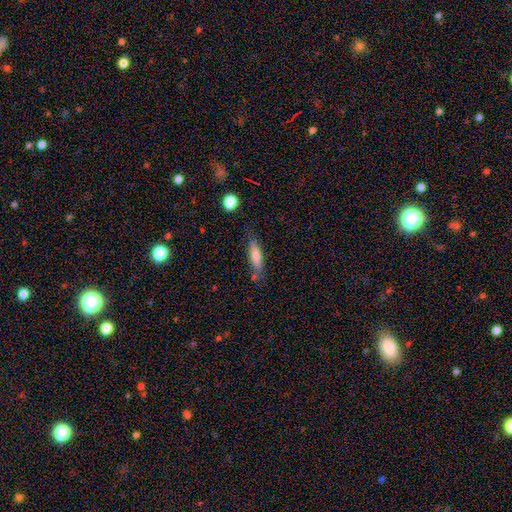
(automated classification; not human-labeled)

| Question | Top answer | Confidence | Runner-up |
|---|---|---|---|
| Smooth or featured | smooth | 78% | featured or disk (15%) |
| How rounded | cigar-shaped | 64% | in between (34%) |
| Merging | none | 68% | minor disturbance (21%) |